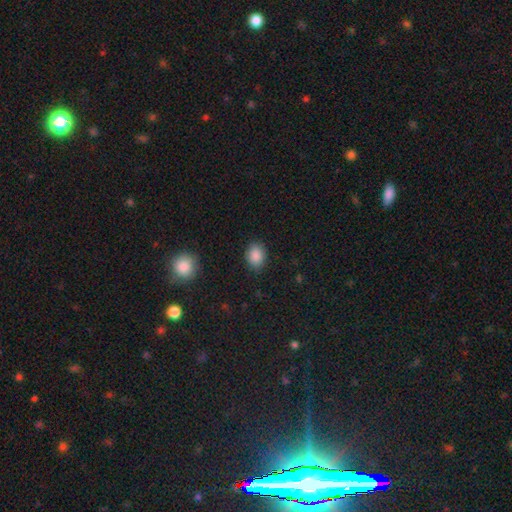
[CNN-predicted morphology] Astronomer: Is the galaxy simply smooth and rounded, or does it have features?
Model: smooth — 87%.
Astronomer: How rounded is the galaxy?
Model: in between — 62%.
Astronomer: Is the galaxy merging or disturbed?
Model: none — 85%.